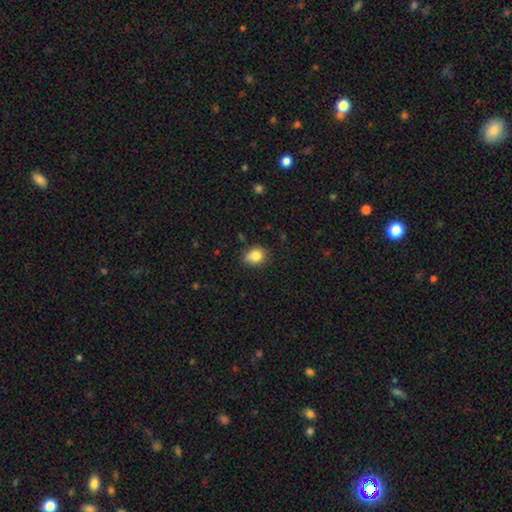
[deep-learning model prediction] smooth 83%, star or artifact 10%, featured or disk 7%. Down the decision tree: how rounded — round (57%); merging — none (65%).